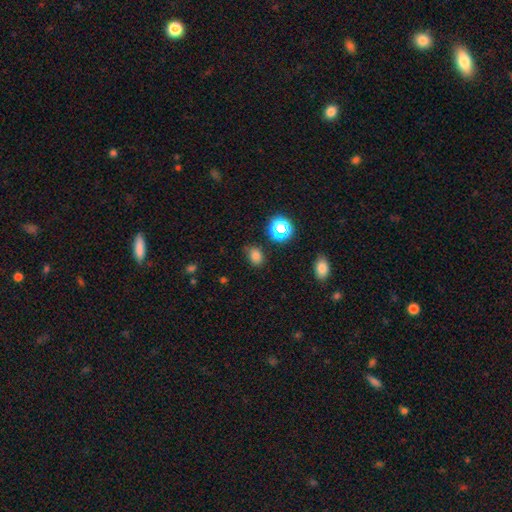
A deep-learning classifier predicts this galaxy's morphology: Smooth or featured: smooth — 74% (star or artifact — 19%)
How rounded: in between — 65% (round — 34%)
Merging: none — 77% (minor disturbance — 16%)